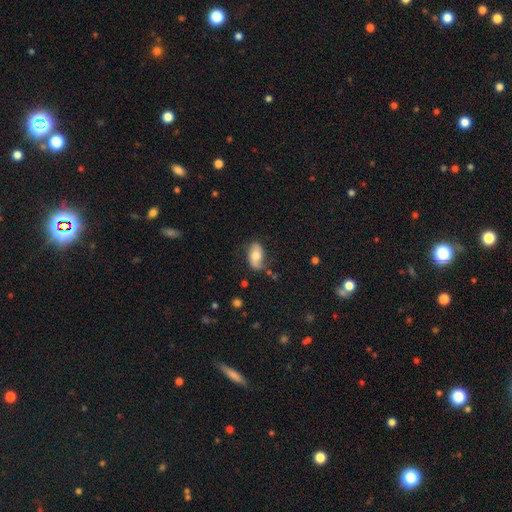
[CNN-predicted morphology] smooth-or-featured: smooth: 61% | featured or disk: 32% | star or artifact: 7%
  how-rounded: in between: 91% | round: 6% | cigar-shaped: 3%
  merging: none: 66% | minor disturbance: 24% | major disturbance: 7% | merger: 3%